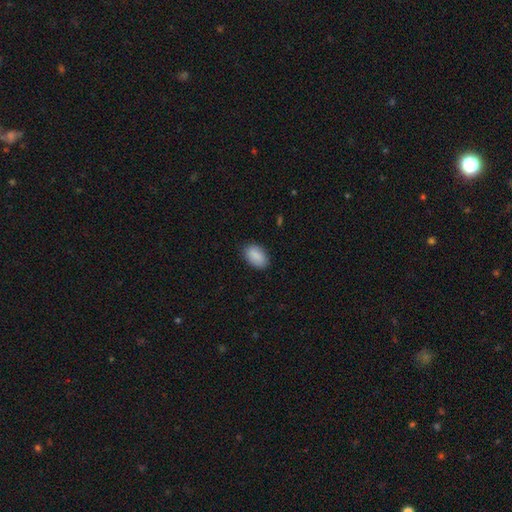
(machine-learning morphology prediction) Q: Smooth or featured?
A: smooth (89%); runner-up: star or artifact (6%)
Q: How rounded?
A: in between (93%); runner-up: round (6%)
Q: Merging?
A: none (85%); runner-up: minor disturbance (11%)